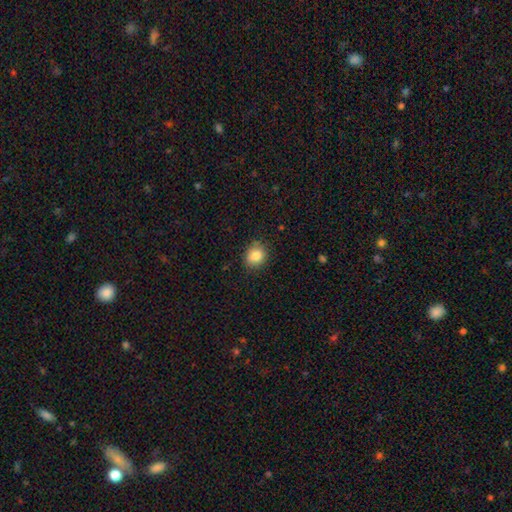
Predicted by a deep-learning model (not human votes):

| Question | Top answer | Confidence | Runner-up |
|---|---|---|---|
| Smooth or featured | smooth | 84% | star or artifact (10%) |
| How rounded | round | 73% | in between (26%) |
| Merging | none | 83% | minor disturbance (13%) |